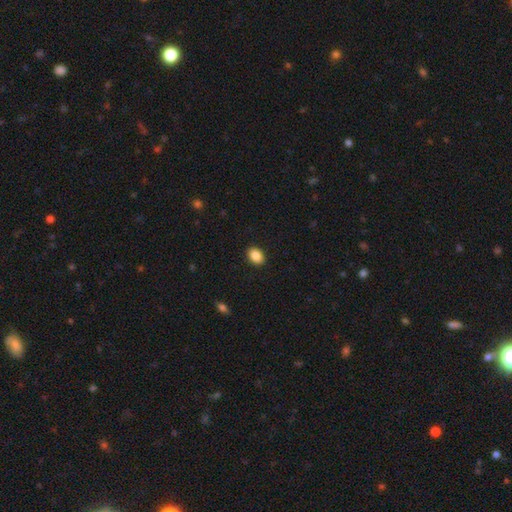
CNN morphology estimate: Q: Smooth or featured?
A: smooth (87%); runner-up: star or artifact (8%)
Q: How rounded?
A: in between (74%); runner-up: round (25%)
Q: Merging?
A: none (91%); runner-up: minor disturbance (6%)